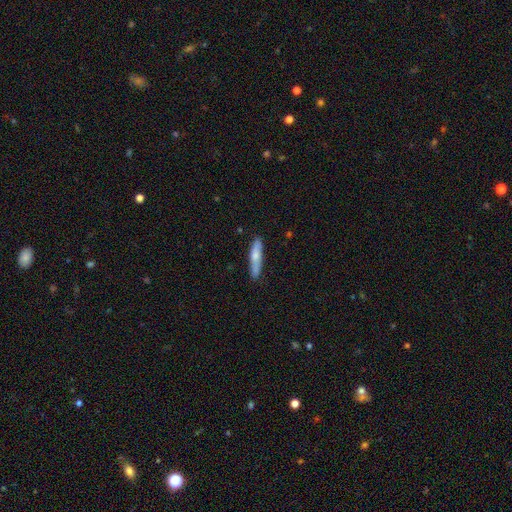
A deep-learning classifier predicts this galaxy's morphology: smooth-or-featured: smooth: 65% | featured or disk: 29% | star or artifact: 5%
  how-rounded: cigar-shaped: 85% | in between: 13% | round: 2%
  merging: none: 85% | minor disturbance: 11% | major disturbance: 2% | merger: 1%